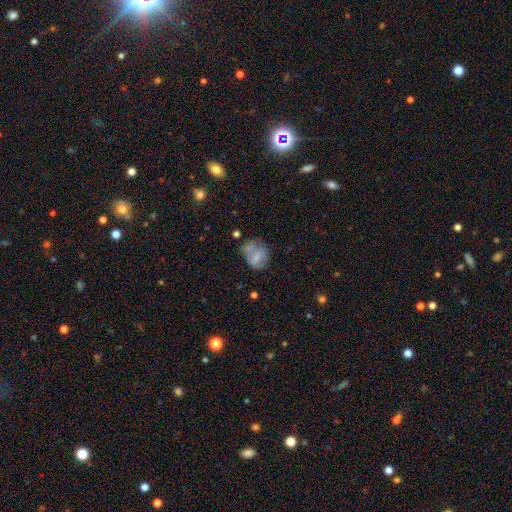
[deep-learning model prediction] smooth_or_featured: smooth (p=0.62) [alt: featured or disk p=0.28]
how_rounded: in between (p=0.50) [alt: round p=0.49]
merging: none (p=0.41) [alt: minor disturbance p=0.30]